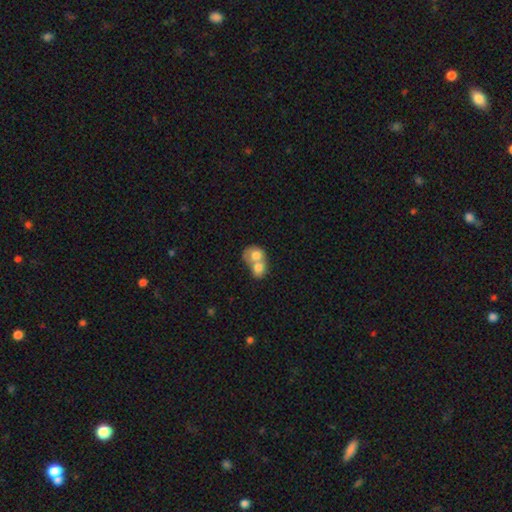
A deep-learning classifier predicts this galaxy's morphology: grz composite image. It shows a smooth galaxy with no disk features (69%) that is round (56%). Merging: merger (79%).